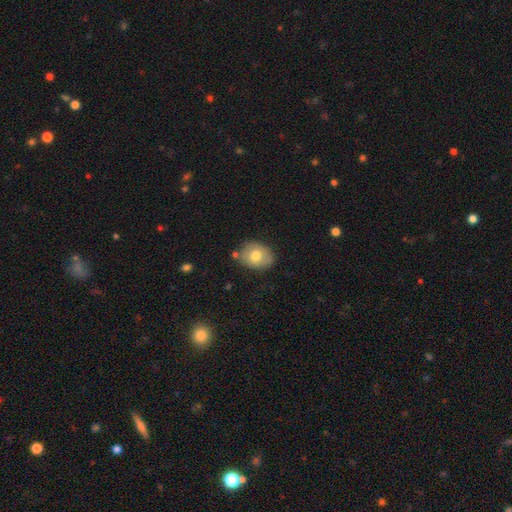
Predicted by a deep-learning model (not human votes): A smooth galaxy with no disk features (72%) that is in between round and cigar-shaped (63%). Merging: none (74%).